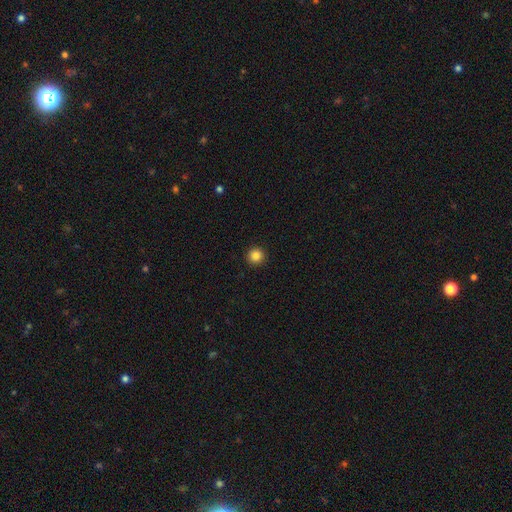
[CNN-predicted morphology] Q: Smooth or featured?
A: smooth (85%); runner-up: star or artifact (11%)
Q: How rounded?
A: round (95%); runner-up: in between (4%)
Q: Merging?
A: none (93%); runner-up: minor disturbance (4%)